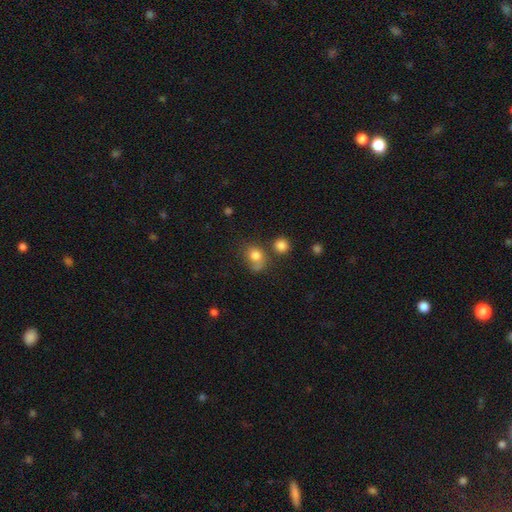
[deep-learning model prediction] smooth_or_featured: smooth (p=0.78) [alt: star or artifact p=0.11]
how_rounded: round (p=0.59) [alt: in between p=0.40]
merging: none (p=0.45) [alt: minor disturbance p=0.22]